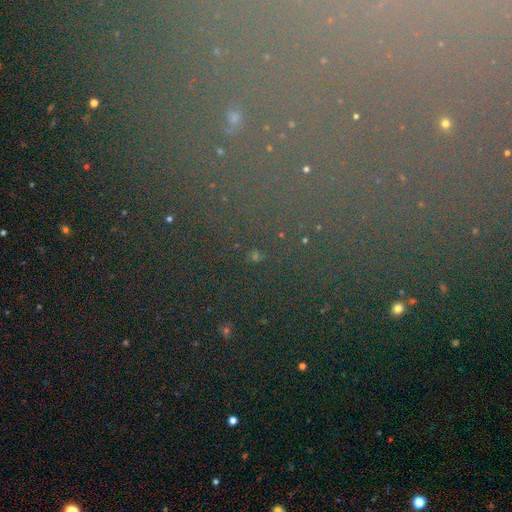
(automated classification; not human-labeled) smooth-or-featured: star or artifact: 71% | smooth: 17% | featured or disk: 13%